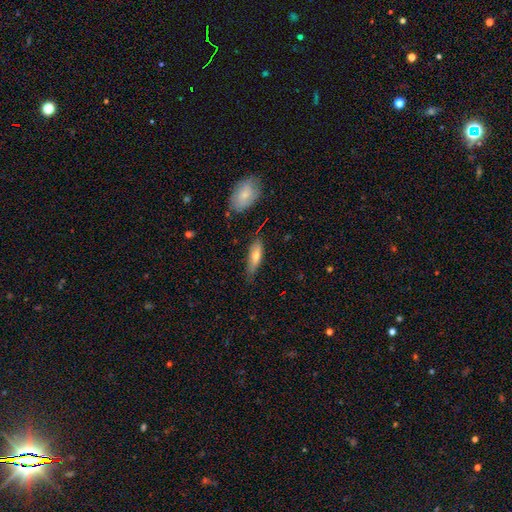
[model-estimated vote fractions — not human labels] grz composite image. It shows a smooth galaxy with no disk features (68%) that is cigar-shaped (50%). Merging: none (68%).